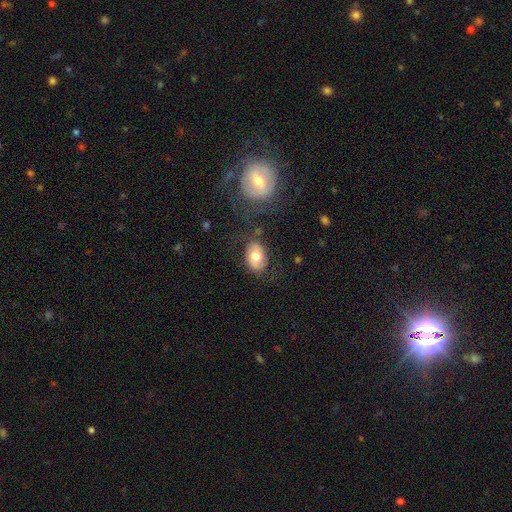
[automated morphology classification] type=smooth (68%); roundness=in between (83%); merging=none (72%).